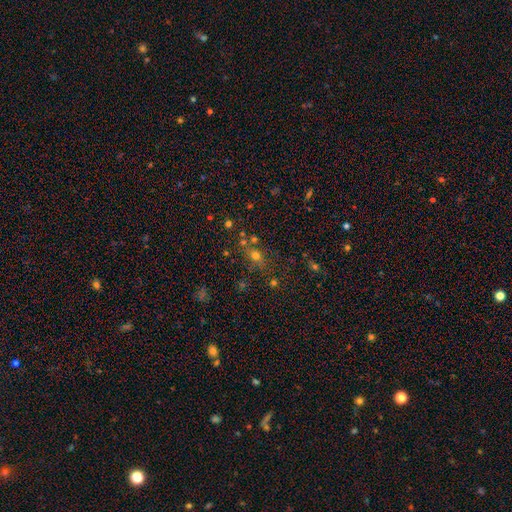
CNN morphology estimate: smooth 57%, star or artifact 30%, featured or disk 13%. Down the decision tree: how rounded — round (62%); merging — none (66%).